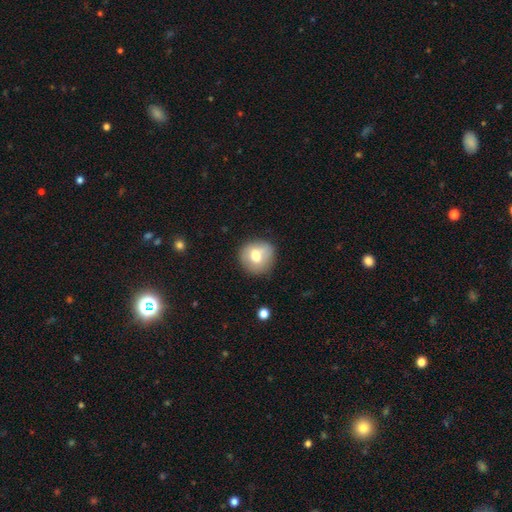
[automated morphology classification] type=smooth (70%); roundness=round (87%); merging=none (76%).